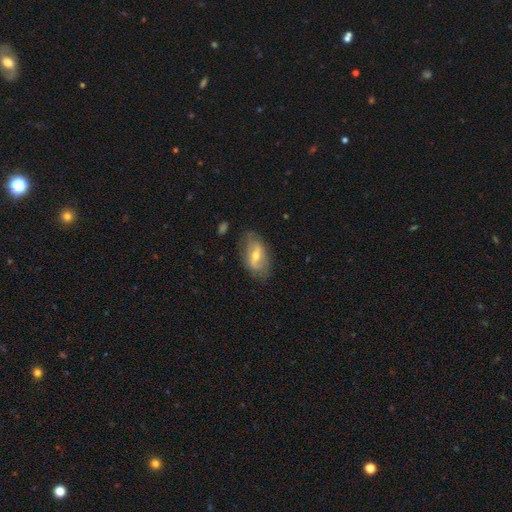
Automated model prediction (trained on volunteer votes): Smooth or featured?
  - featured or disk: 58% *
  - smooth: 35%
  - star or artifact: 7%
Edge-on disk?
  - no: 89% *
  - yes: 11%
Bar?
  - strong: 41% *
  - weak: 40%
  - no: 19%
Spiral arms?
  - yes: 56% *
  - no: 44%
Bulge size?
  - moderate: 62% *
  - small: 32%
  - large: 4%
  - none: 1%
  - dominant: 1%
Merging?
  - none: 68% *
  - minor disturbance: 23%
  - major disturbance: 8%
  - merger: 2%